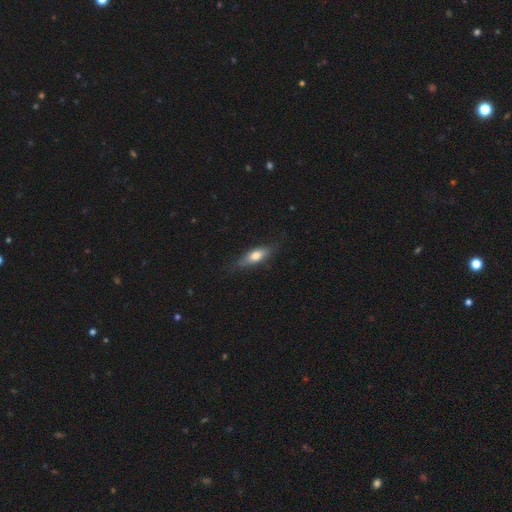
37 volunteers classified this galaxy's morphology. type=smooth (62%); roundness=in between (70%); merging=none (79%).